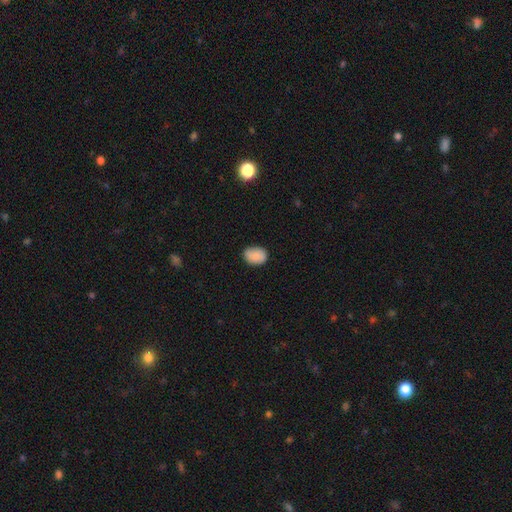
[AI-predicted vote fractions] Smooth or featured: smooth — 88% (star or artifact — 8%)
How rounded: in between — 69% (round — 30%)
Merging: none — 81% (minor disturbance — 15%)